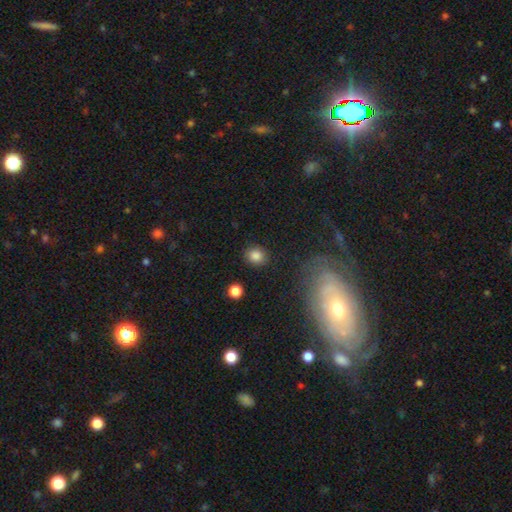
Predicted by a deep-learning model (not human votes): smooth-or-featured: smooth: 84% | star or artifact: 11% | featured or disk: 5%
  how-rounded: round: 73% | in between: 26% | cigar-shaped: 1%
  merging: none: 88% | minor disturbance: 8% | major disturbance: 3% | merger: 2%